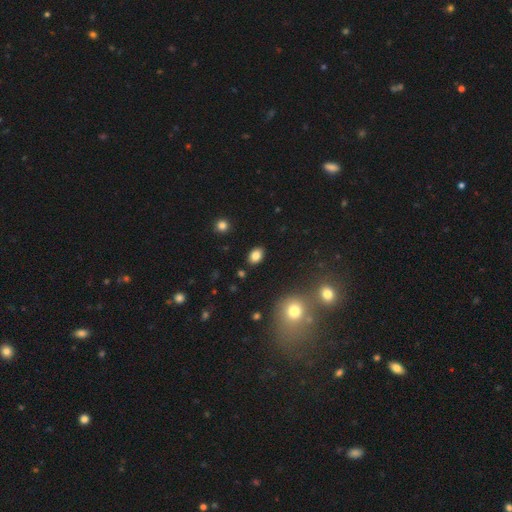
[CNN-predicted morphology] Smooth or featured: smooth — 83% (star or artifact — 10%)
How rounded: in between — 79% (round — 20%)
Merging: none — 88% (minor disturbance — 8%)